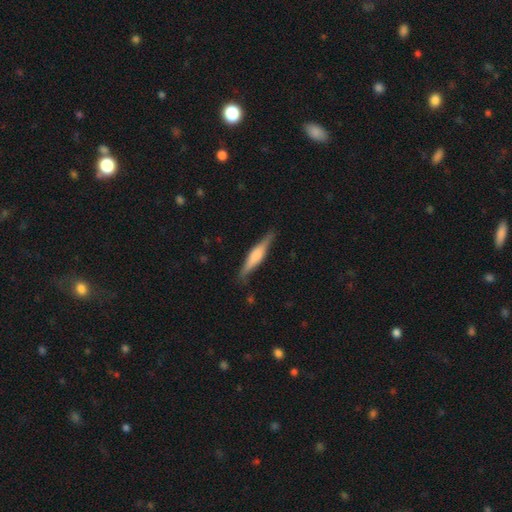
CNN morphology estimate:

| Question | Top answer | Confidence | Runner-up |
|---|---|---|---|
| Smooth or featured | featured or disk | 55% | smooth (38%) |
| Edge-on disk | yes | 96% | no (4%) |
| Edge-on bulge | rounded | 58% | boxy (33%) |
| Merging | none | 84% | minor disturbance (12%) |